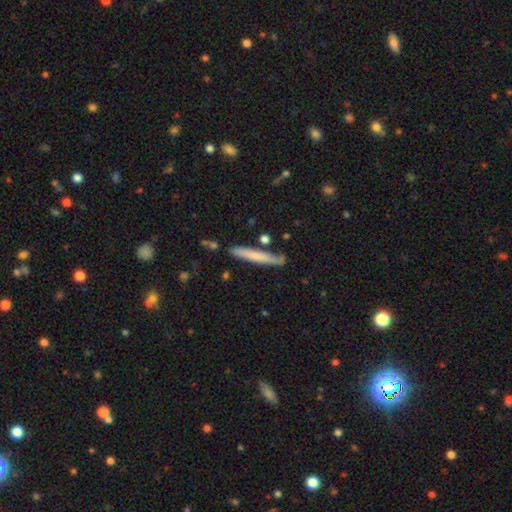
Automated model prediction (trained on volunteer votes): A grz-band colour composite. It shows a smooth galaxy with no disk features (66%) that is cigar-shaped (95%). Merging: none (81%).